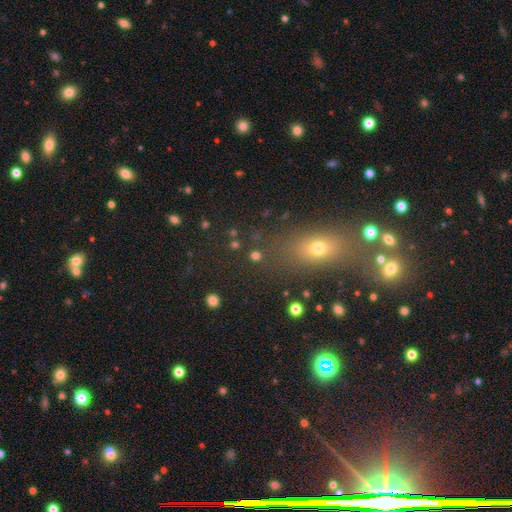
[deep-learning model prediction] Smooth or featured? Predicted: smooth (p=0.72). How rounded? Predicted: round (p=0.86). Merging? Predicted: none (p=0.82).